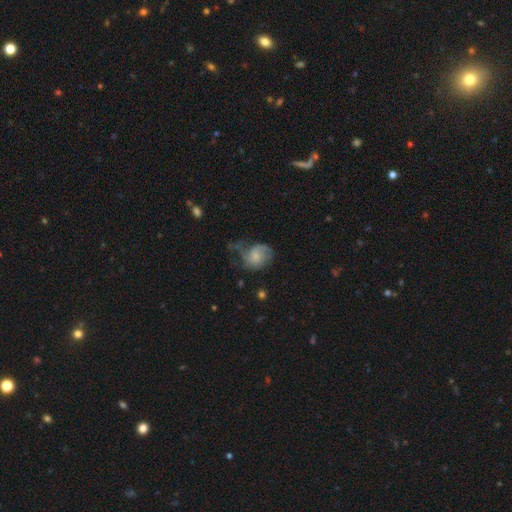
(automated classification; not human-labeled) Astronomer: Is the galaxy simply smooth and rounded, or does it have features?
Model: featured or disk — 50% (runner-up: smooth, 42%).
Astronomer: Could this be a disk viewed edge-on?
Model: no — 98%.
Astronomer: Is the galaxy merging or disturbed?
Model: major disturbance — 39% (runner-up: none, 30%).